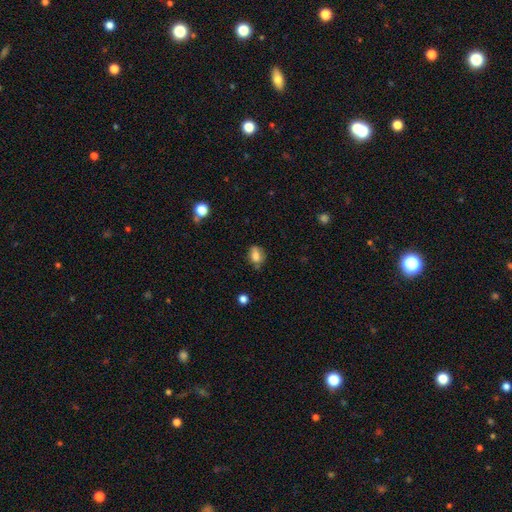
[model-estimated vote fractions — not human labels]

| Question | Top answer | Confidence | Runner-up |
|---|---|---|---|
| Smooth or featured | smooth | 74% | featured or disk (15%) |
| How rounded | in between | 67% | round (31%) |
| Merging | none | 58% | minor disturbance (29%) |